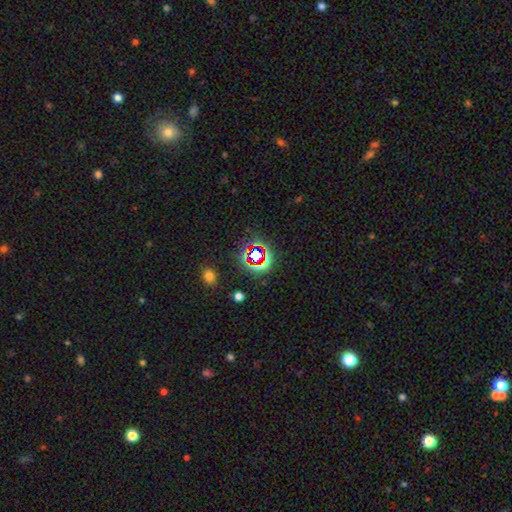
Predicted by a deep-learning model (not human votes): The model was most divided on "smooth or featured": star or artifact: 71%, smooth: 19%, featured or disk: 10%.